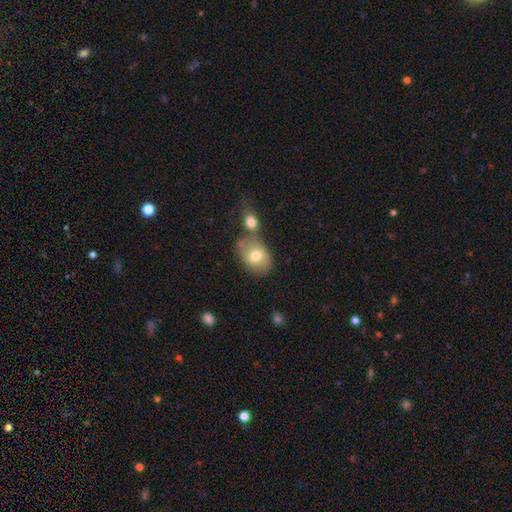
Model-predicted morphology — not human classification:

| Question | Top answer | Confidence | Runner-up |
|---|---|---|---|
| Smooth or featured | smooth | 71% | featured or disk (21%) |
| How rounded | in between | 76% | round (23%) |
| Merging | none | 50% | merger (30%) |